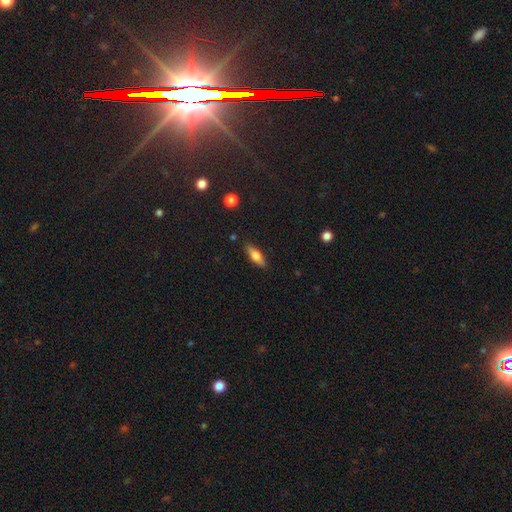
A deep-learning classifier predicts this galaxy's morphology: This is likely a smooth galaxy (66%). How rounded: possibly in between (56%). Merging: clearly none (86%).